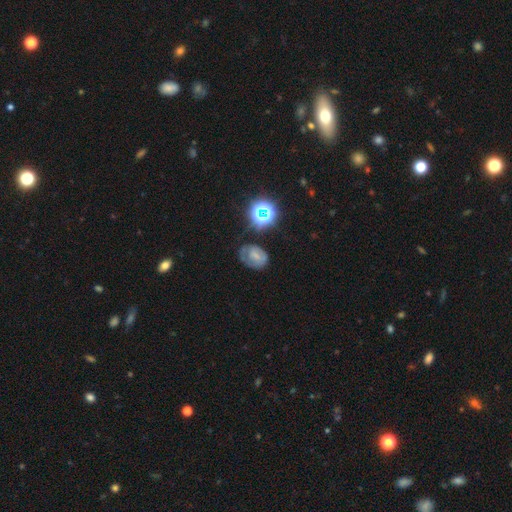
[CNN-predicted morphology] Smooth or featured: smooth — 42% (featured or disk — 40%)
Merging: none — 48% (minor disturbance — 29%)